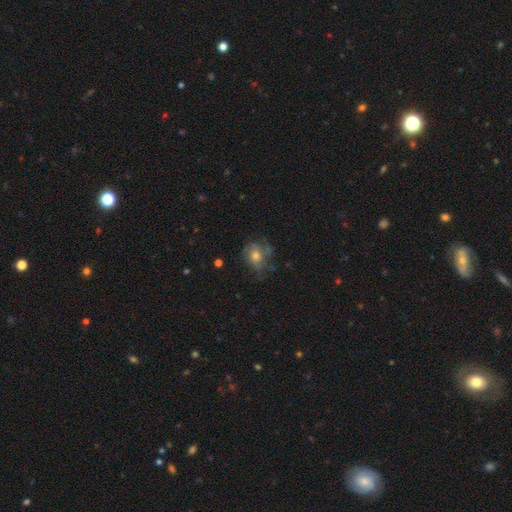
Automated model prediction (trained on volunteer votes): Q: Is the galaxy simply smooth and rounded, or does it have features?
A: smooth — 46%.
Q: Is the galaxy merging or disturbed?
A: none — 57%.